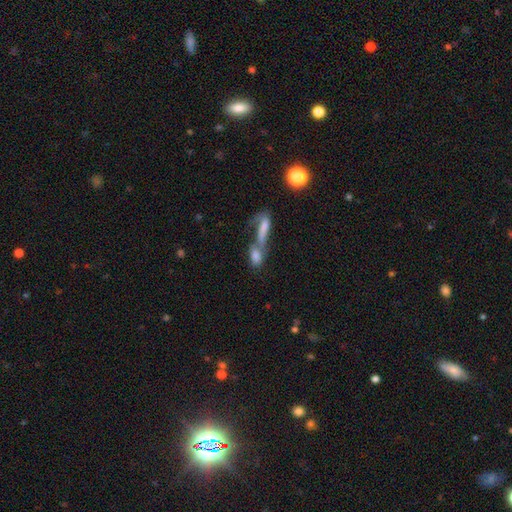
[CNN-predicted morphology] smooth-or-featured: smooth: 73% | featured or disk: 17% | star or artifact: 9%
  how-rounded: in between: 73% | cigar-shaped: 21% | round: 6%
  merging: merger: 70% | none: 17% | major disturbance: 7% | minor disturbance: 6%